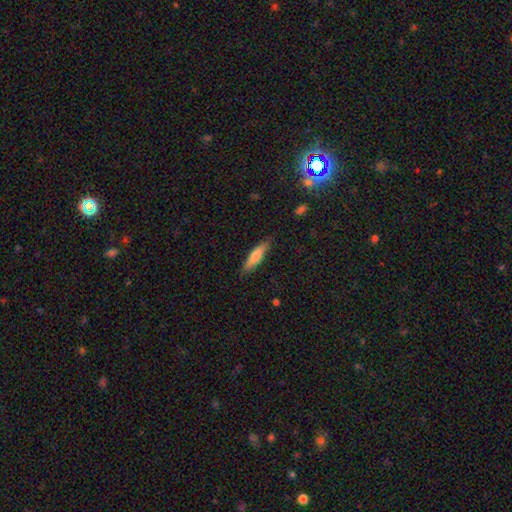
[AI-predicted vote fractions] A smooth galaxy with no disk features (71%) that is cigar-shaped (74%). Merging: none (85%).